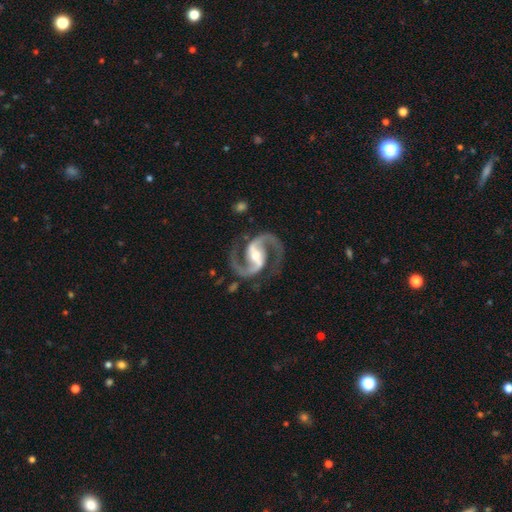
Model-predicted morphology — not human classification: Smooth or featured? featured or disk (95%)
Edge-on disk? no (98%)
Bar? strong (54%)
Spiral arms? yes (99%)
Spiral winding? medium (69%)
Spiral arm count? 2 (95%)
Bulge size? moderate (63%)
Merging? none (84%)